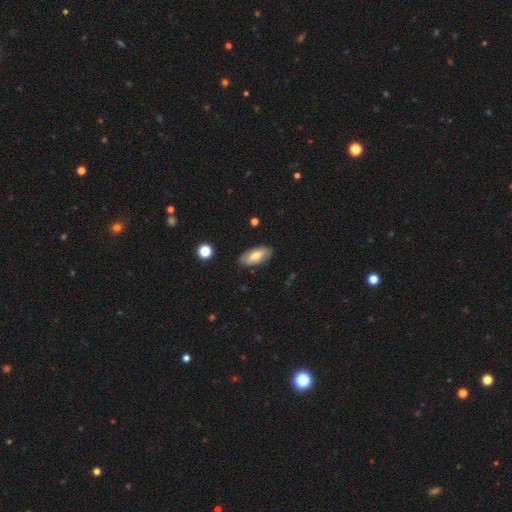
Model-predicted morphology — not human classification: Smooth or featured?
  - smooth: 63% *
  - featured or disk: 30%
  - star or artifact: 7%
How rounded?
  - in between: 87% *
  - cigar-shaped: 10%
  - round: 3%
Merging?
  - none: 85% *
  - minor disturbance: 12%
  - major disturbance: 2%
  - merger: 1%